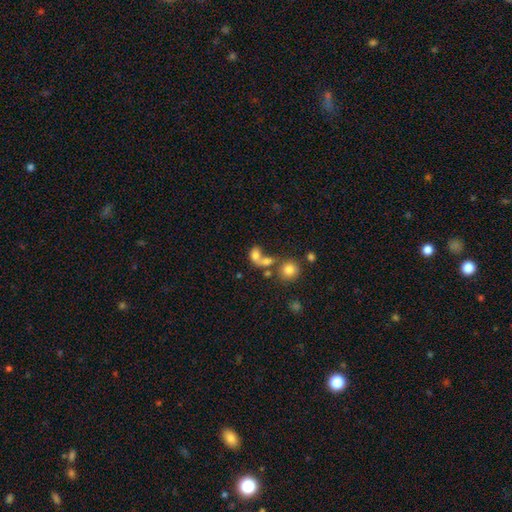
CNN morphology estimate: Smooth or featured?
  - smooth: 70% *
  - featured or disk: 17%
  - star or artifact: 13%
How rounded?
  - in between: 66% *
  - round: 31%
  - cigar-shaped: 3%
Merging?
  - merger: 56% *
  - none: 23%
  - major disturbance: 12%
  - minor disturbance: 9%